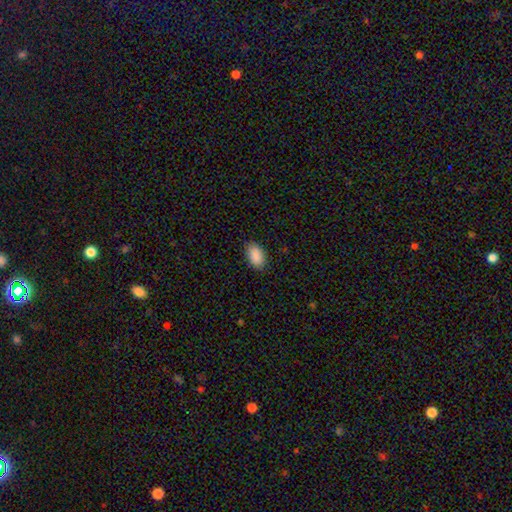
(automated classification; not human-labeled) This is clearly a smooth galaxy (91%). How rounded: clearly in between (93%). Merging: clearly none (86%).